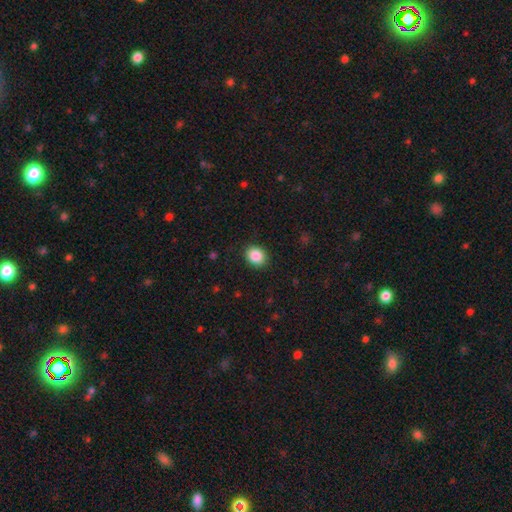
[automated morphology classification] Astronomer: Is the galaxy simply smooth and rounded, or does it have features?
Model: smooth — 87%.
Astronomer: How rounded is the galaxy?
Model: round — 60% (runner-up: in between, 39%).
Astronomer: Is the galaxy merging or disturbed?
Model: none — 89%.